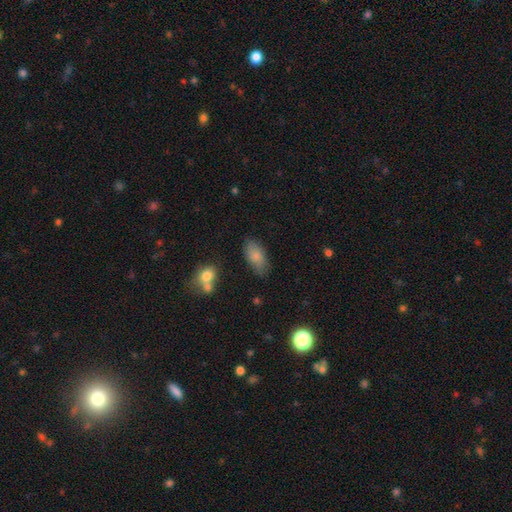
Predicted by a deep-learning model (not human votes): Smooth or featured: smooth — 83% (featured or disk — 10%)
How rounded: in between — 91% (cigar-shaped — 6%)
Merging: none — 74% (minor disturbance — 19%)